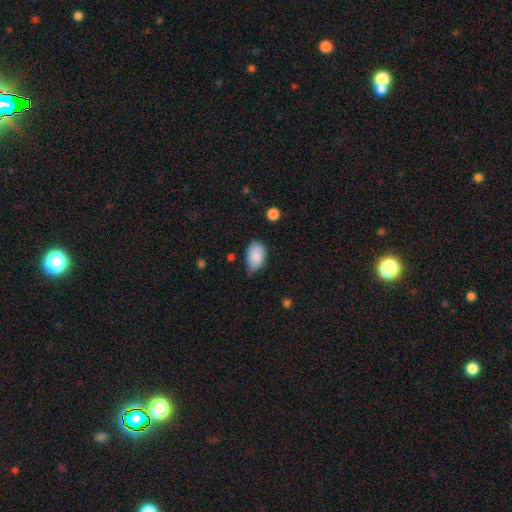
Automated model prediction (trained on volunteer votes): Smooth or featured: smooth — 86% (star or artifact — 7%)
How rounded: in between — 88% (round — 11%)
Merging: none — 47% (minor disturbance — 43%)